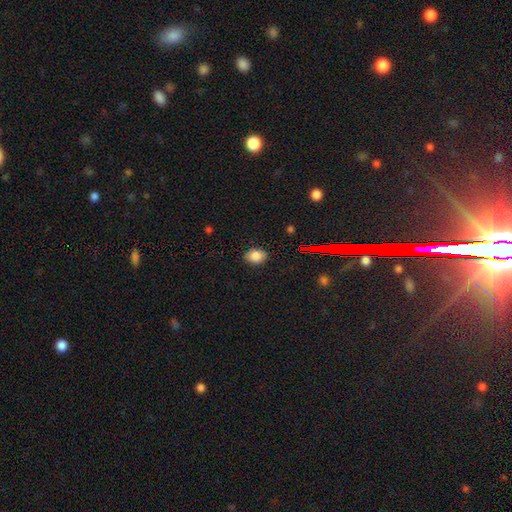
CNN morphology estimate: A smooth galaxy with no disk features (81%) that is in between round and cigar-shaped (66%).

Vote fractions:
- Smooth or featured? smooth: 81% / star or artifact: 11% / featured or disk: 8%
- How rounded? in between: 66% / round: 33% / cigar-shaped: 1%
- Merging? none: 88% / minor disturbance: 9% / major disturbance: 2% / merger: 1%